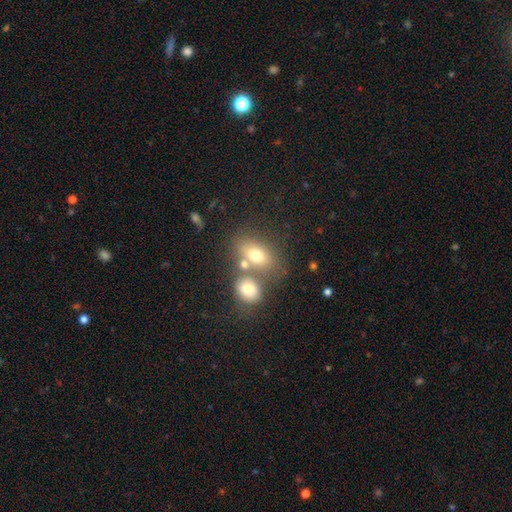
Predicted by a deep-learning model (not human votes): A smooth galaxy with no disk features (69%) that is in between round and cigar-shaped (77%).

Vote fractions:
- Smooth or featured? smooth: 69% / featured or disk: 19% / star or artifact: 11%
- How rounded? in between: 77% / round: 20% / cigar-shaped: 3%
- Merging? none: 47% / merger: 36% / minor disturbance: 12% / major disturbance: 6%